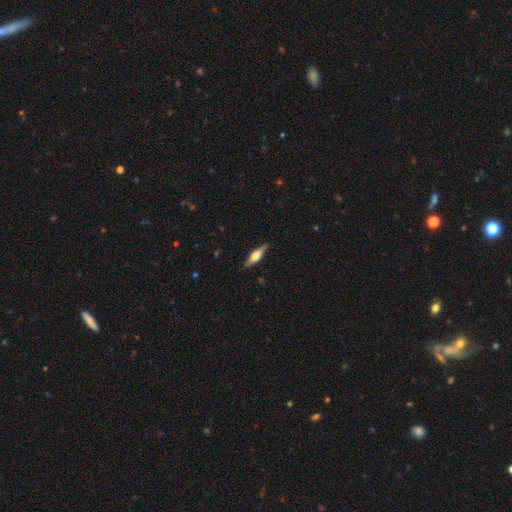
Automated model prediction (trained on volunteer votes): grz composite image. It shows a featured or disk galaxy (62%) viewed edge-on (96%) with a rounded central bulge (80%). Merging: none (87%).